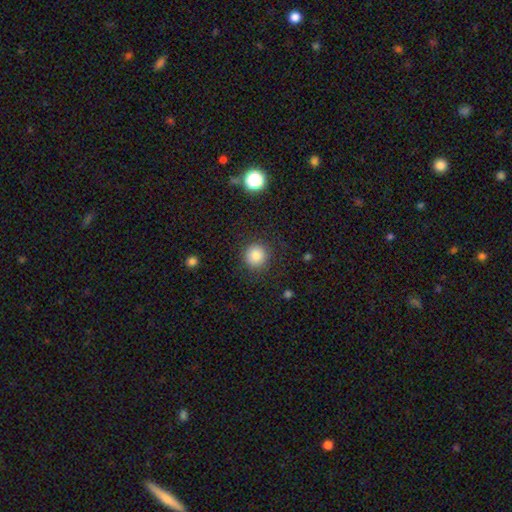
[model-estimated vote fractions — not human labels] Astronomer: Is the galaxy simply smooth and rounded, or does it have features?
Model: smooth — 83%.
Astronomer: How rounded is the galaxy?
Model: round — 93%.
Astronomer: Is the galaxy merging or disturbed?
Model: none — 88%.